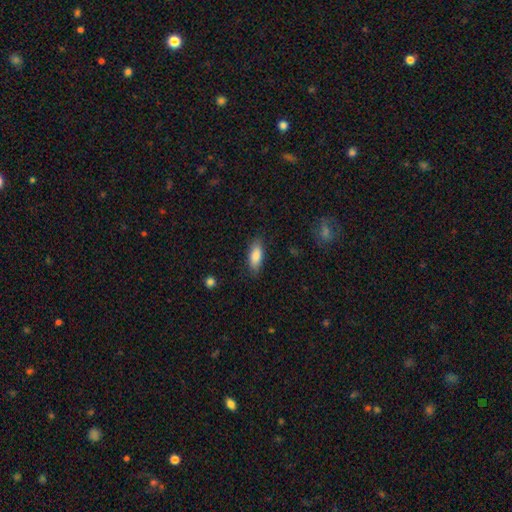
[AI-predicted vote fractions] Morphology: type=smooth (85%); roundness=in between (77%); merging=none (83%).